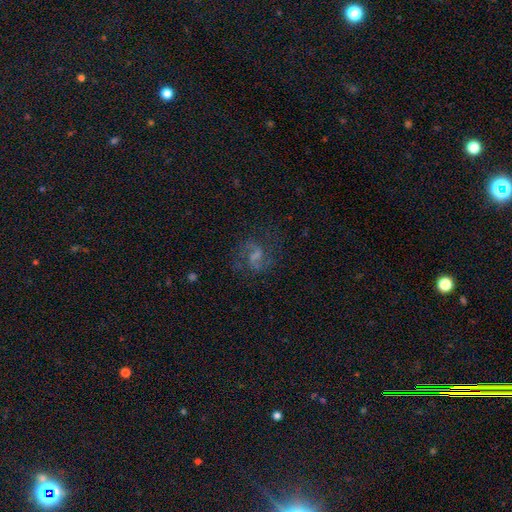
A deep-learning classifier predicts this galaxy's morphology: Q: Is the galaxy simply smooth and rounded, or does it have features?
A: featured or disk — 73%.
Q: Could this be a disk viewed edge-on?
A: no — 97%.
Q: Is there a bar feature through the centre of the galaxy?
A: weak — 55%.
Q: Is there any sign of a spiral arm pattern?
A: yes — 93%.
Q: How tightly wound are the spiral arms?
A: medium — 53%.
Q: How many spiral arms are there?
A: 2 — 88%.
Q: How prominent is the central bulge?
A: small — 38%.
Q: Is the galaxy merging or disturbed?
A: none — 74%.